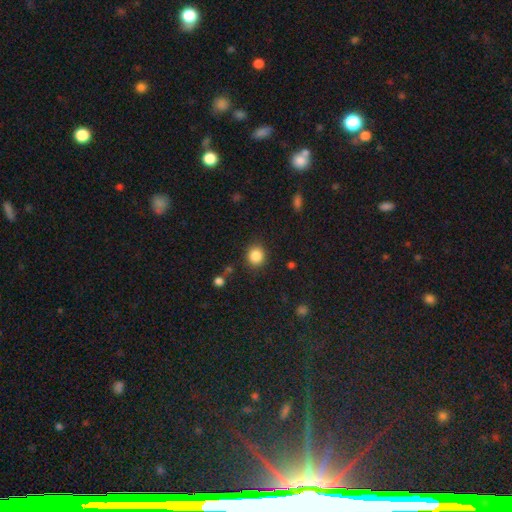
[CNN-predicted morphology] smooth_or_featured: smooth (p=0.86) [alt: star or artifact p=0.10]
how_rounded: round (p=0.86) [alt: in between p=0.13]
merging: none (p=0.87) [alt: minor disturbance p=0.08]